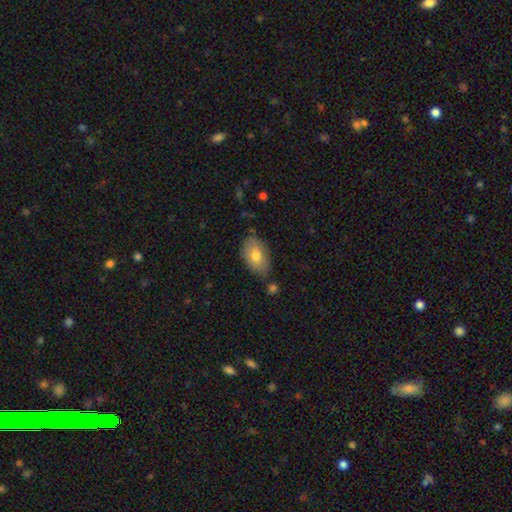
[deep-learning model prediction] Smooth or featured? Predicted: smooth (p=0.75). How rounded? Predicted: in between (p=0.89). Merging? Predicted: none (p=0.75).